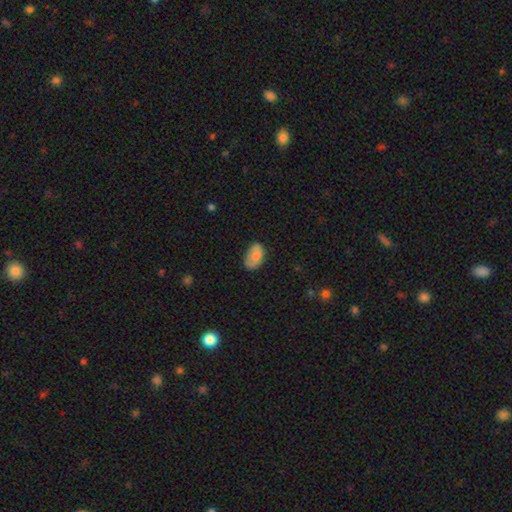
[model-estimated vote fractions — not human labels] Smooth or featured?
  - smooth: 76% *
  - featured or disk: 17%
  - star or artifact: 7%
How rounded?
  - in between: 92% *
  - round: 7%
  - cigar-shaped: 1%
Merging?
  - none: 69% *
  - minor disturbance: 24%
  - major disturbance: 6%
  - merger: 2%